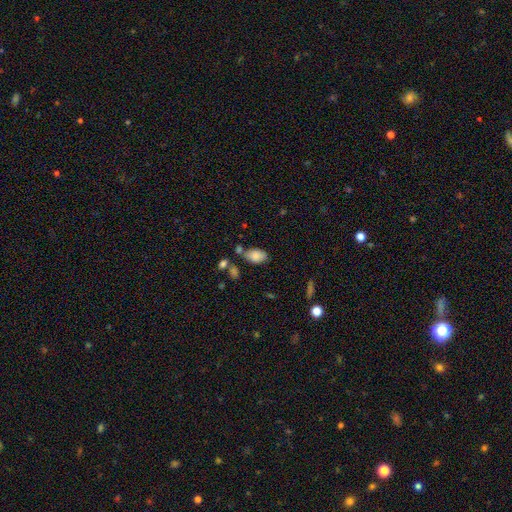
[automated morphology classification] The model was most divided on "merging": none: 64%, minor disturbance: 18%, merger: 13%, major disturbance: 5%. More confident: how rounded — in between (91%); smooth or featured — smooth (85%).